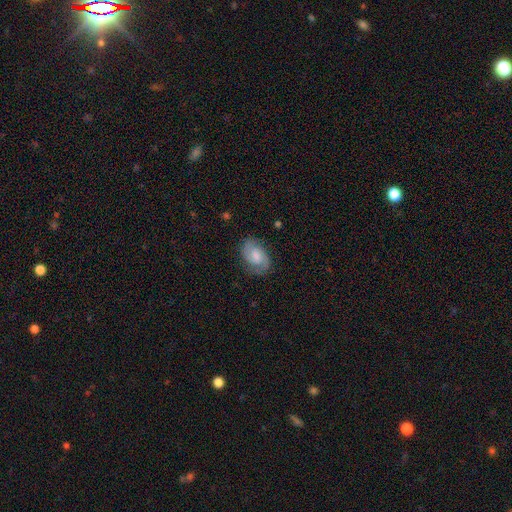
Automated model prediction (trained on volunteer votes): Smooth or featured? featured or disk (67%)
Edge-on disk? no (97%)
Bar? weak (52%)
Spiral arms? yes (93%)
Spiral winding? medium (51%)
Spiral arm count? 2 (86%)
Bulge size? moderate (37%)
Merging? none (76%)